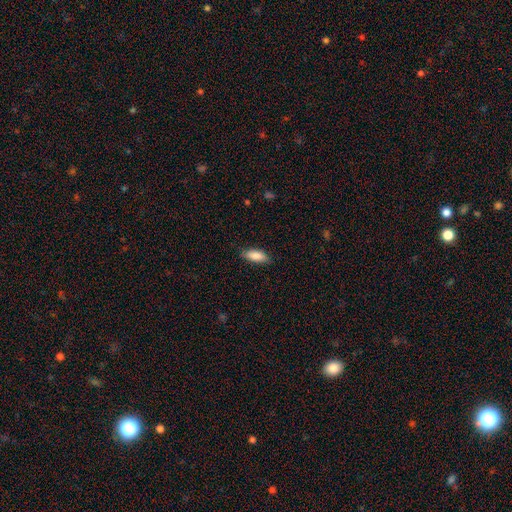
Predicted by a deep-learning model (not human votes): Smooth or featured?
  - smooth: 87% *
  - featured or disk: 7%
  - star or artifact: 6%
How rounded?
  - in between: 77% *
  - cigar-shaped: 21%
  - round: 2%
Merging?
  - none: 84% *
  - minor disturbance: 13%
  - major disturbance: 2%
  - merger: 1%